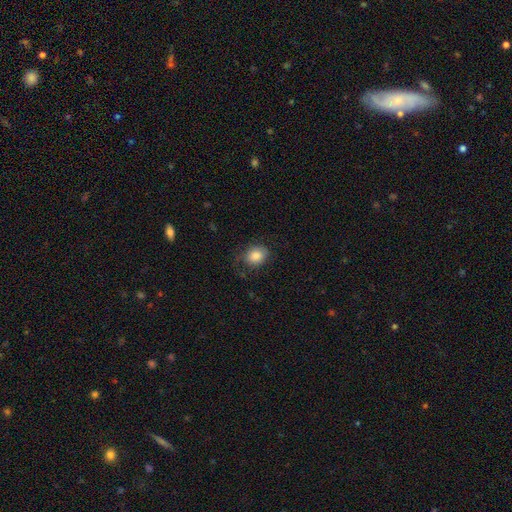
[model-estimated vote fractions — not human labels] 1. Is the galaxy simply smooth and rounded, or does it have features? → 83% smooth, 9% featured or disk, 8% star or artifact.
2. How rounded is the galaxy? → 51% round, 48% in between, 1% cigar-shaped.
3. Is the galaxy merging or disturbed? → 70% none, 21% minor disturbance, 8% major disturbance, 1% merger.